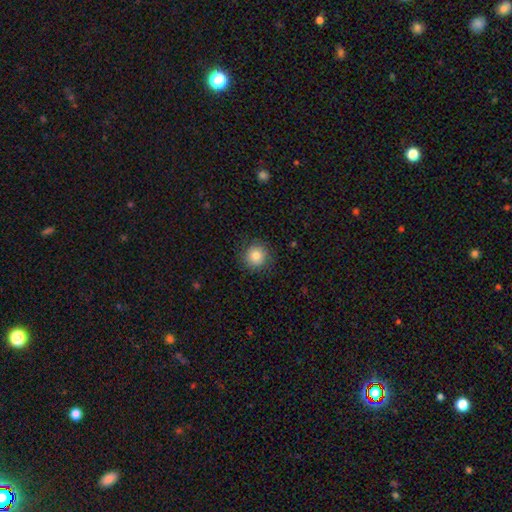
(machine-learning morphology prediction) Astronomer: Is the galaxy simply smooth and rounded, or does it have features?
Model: smooth — 85%.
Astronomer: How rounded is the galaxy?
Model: round — 92%.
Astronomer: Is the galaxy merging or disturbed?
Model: none — 87%.